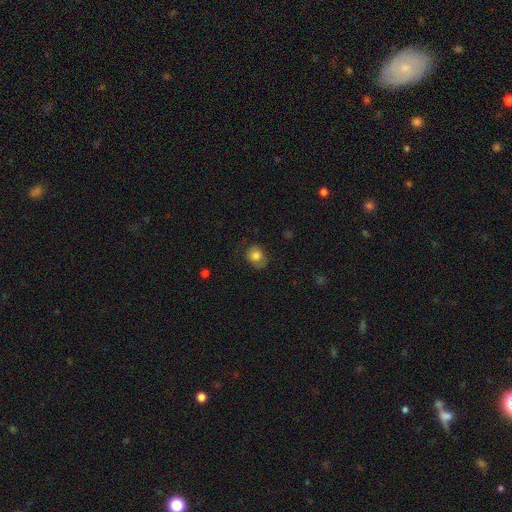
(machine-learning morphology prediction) Smooth or featured? Predicted: smooth (p=0.80). How rounded? Predicted: round (p=0.62). Merging? Predicted: none (p=0.69).